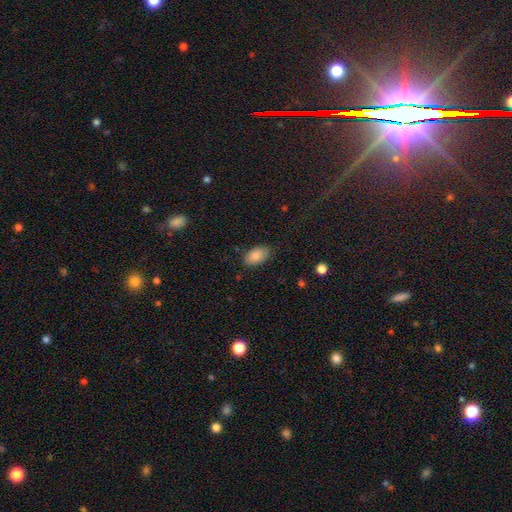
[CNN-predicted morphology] A smooth galaxy with no disk features (86%) that is in between round and cigar-shaped (93%). Merging: none (82%).